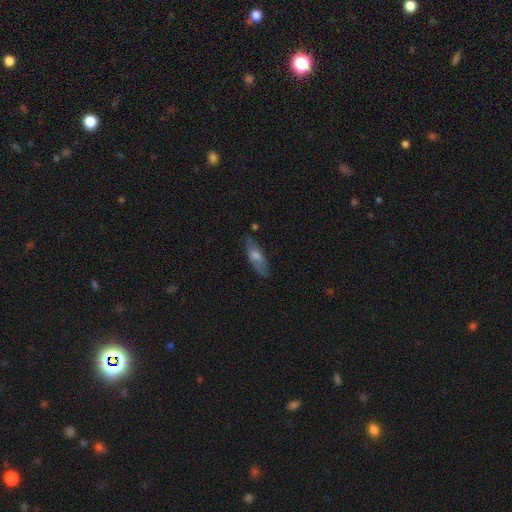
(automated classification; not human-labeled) smooth-or-featured: smooth: 52% | featured or disk: 39% | star or artifact: 9%
  how-rounded: cigar-shaped: 49% | in between: 48% | round: 3%
  merging: none: 78% | minor disturbance: 16% | major disturbance: 4% | merger: 2%